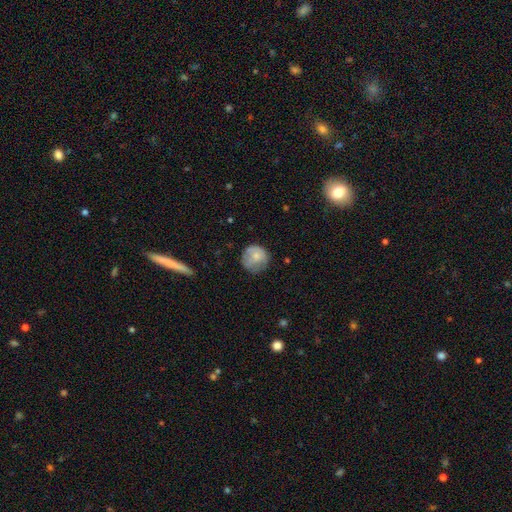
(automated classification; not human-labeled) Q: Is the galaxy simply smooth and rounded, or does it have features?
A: smooth — 72%.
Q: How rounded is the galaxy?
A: round — 90%.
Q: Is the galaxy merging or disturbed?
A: none — 64%.